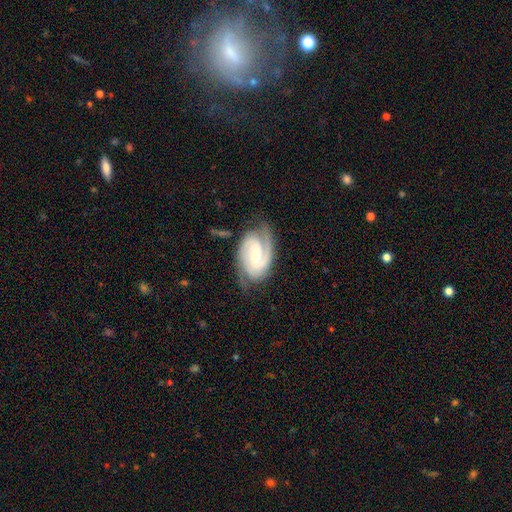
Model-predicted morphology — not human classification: type=featured or disk (89%); edge-on=no (97%); bar=weak (47%); spiral arms=yes (98%); winding=tight (52%); arm count=2 (74%); bulge=small (52%); merging=none (72%).